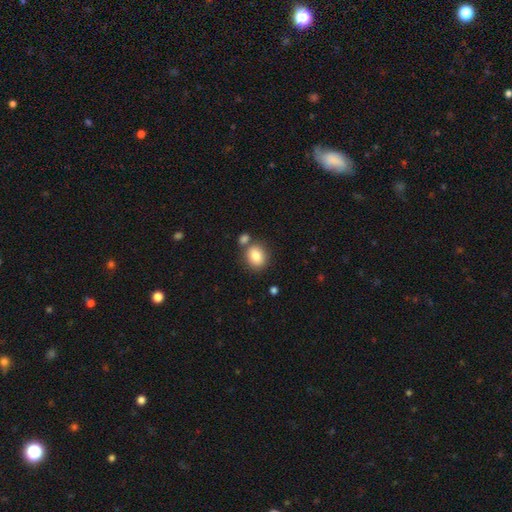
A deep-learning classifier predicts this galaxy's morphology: smooth_or_featured: smooth (p=0.84) [alt: star or artifact p=0.09]
how_rounded: round (p=0.58) [alt: in between p=0.41]
merging: none (p=0.65) [alt: merger p=0.21]